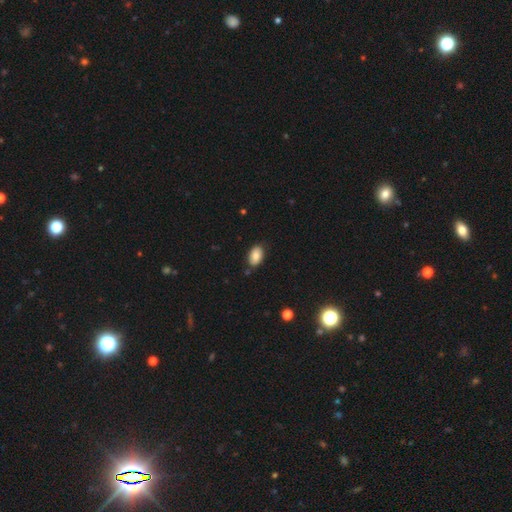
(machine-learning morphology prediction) smooth 84%, featured or disk 8%, star or artifact 8%. Down the decision tree: how rounded — in between (92%); merging — none (81%).